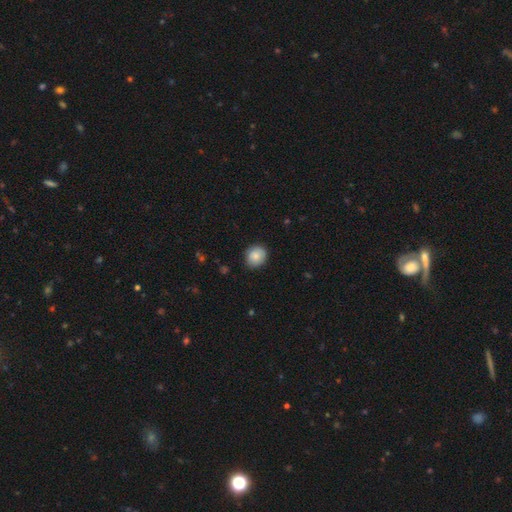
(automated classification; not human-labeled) Smooth or featured? Predicted: smooth (p=0.84). How rounded? Predicted: round (p=0.75). Merging? Predicted: none (p=0.85).